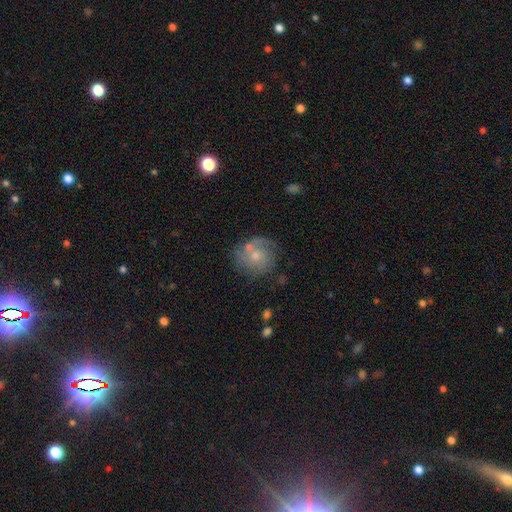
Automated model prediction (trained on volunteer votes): This is likely a featured or disk galaxy (62%). It is clearly not viewed edge-on (97%). Bar: likely no (76%). Spiral arm pattern: clearly yes (83%). Spiral arm count: marginally 2 (32%). Spiral winding: possibly tight (49%). Central bulge: possibly small (55%). Merging: likely none (64%).